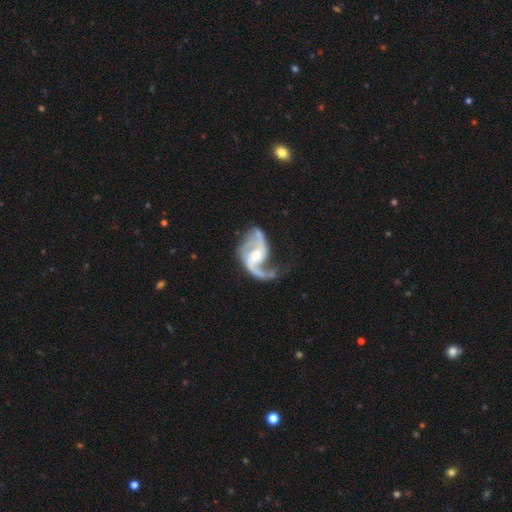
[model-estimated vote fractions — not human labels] Overall: featured or disk (91%). Edge-on disk: no (98%). Bar: weak (45%; no 37%). Spiral arms: yes (97%). Spiral arm count: 2 (84%). Spiral winding: loose (59%; medium 34%). Bulge size: moderate (51%; small 34%). Merging: none (53%; major disturbance 23%).